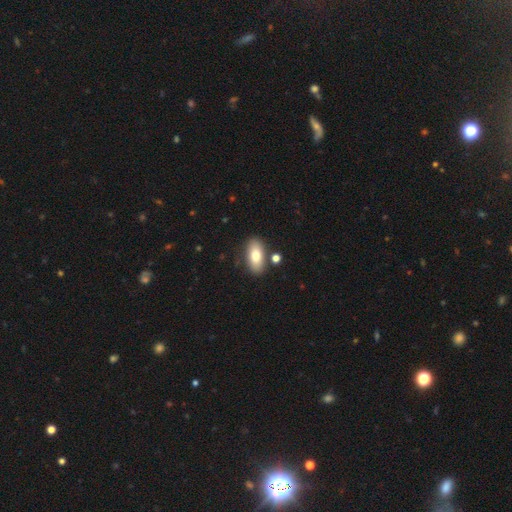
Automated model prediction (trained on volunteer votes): Overall: smooth (77%). How rounded: in between (89%). Merging: none (81%).